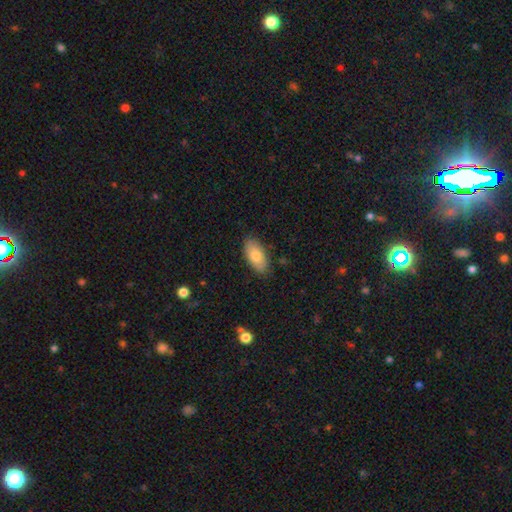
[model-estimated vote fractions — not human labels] Q: Smooth or featured?
A: smooth (78%); runner-up: featured or disk (16%)
Q: How rounded?
A: in between (91%); runner-up: cigar-shaped (6%)
Q: Merging?
A: none (85%); runner-up: minor disturbance (12%)